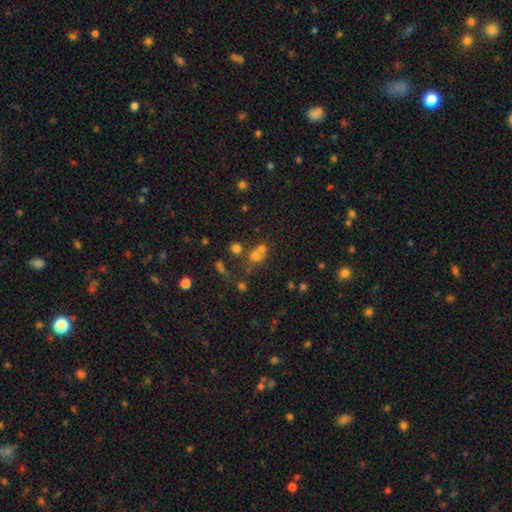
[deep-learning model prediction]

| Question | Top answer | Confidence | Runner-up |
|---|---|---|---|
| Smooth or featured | smooth | 60% | star or artifact (24%) |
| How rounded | round | 75% | in between (23%) |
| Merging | merger | 48% | none (37%) |